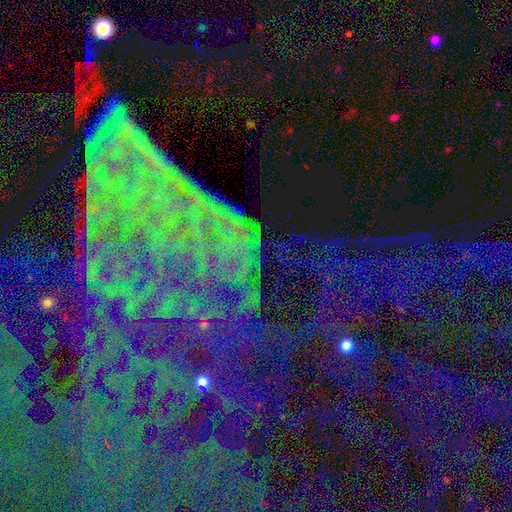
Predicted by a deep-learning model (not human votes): smooth-or-featured: star or artifact: 75% | featured or disk: 15% | smooth: 10%